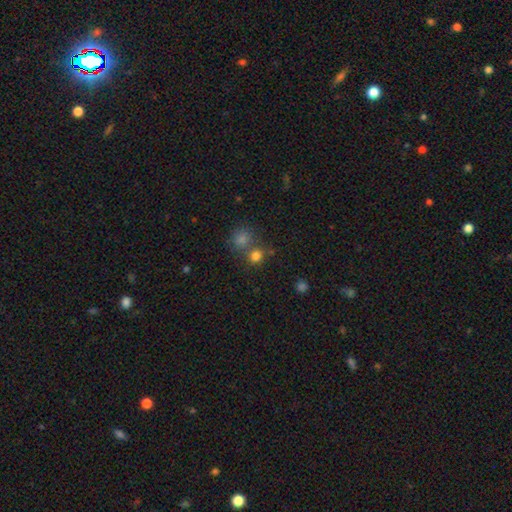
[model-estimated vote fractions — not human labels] Smooth or featured? smooth (78%)
How rounded? round (82%)
Merging? none (58%)